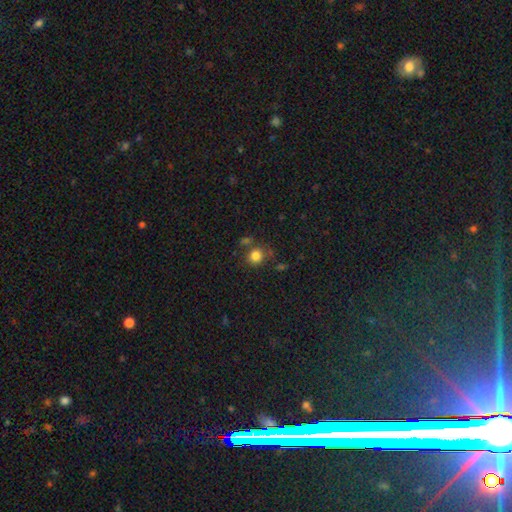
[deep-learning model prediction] This appears to be a smooth galaxy with no disk features (81%) that is round (85%). Merging: none (72%).